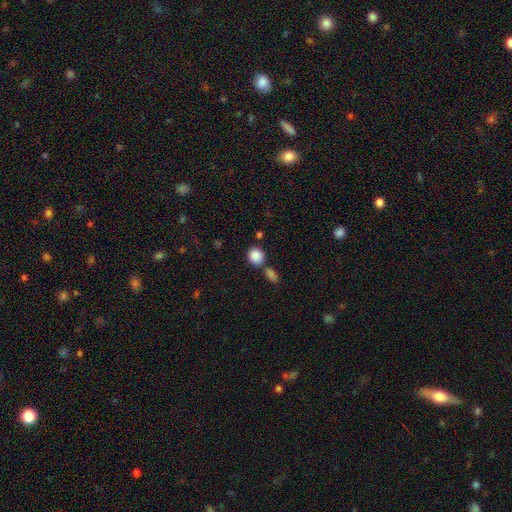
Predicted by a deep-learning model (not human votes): The model was most divided on "merging": none: 64%, merger: 22%, minor disturbance: 10%, major disturbance: 4%. More confident: smooth or featured — smooth (87%); how rounded — round (78%).